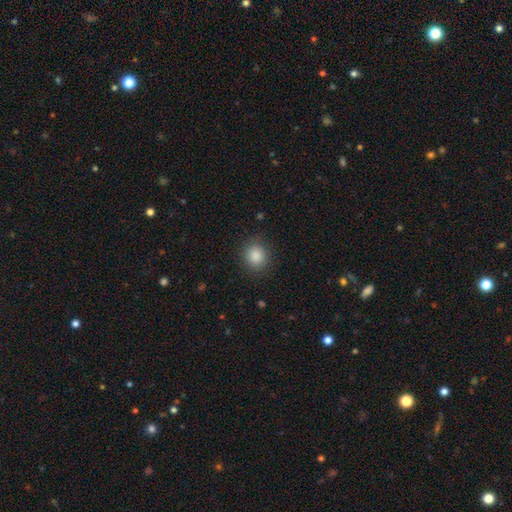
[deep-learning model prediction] A smooth galaxy with no disk features (87%) that is round (81%).

Vote fractions:
- Smooth or featured? smooth: 87% / star or artifact: 10% / featured or disk: 4%
- How rounded? round: 81% / in between: 18% / cigar-shaped: 1%
- Merging? none: 86% / minor disturbance: 9% / major disturbance: 3% / merger: 1%